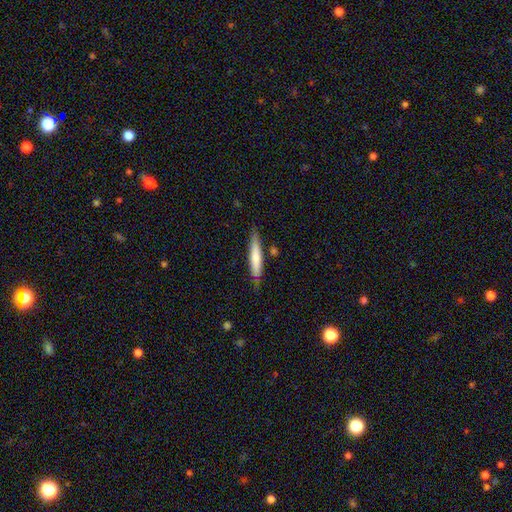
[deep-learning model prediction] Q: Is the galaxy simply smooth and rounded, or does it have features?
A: smooth — 54%.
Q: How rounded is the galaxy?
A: cigar-shaped — 92%.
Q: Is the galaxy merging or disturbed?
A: none — 82%.